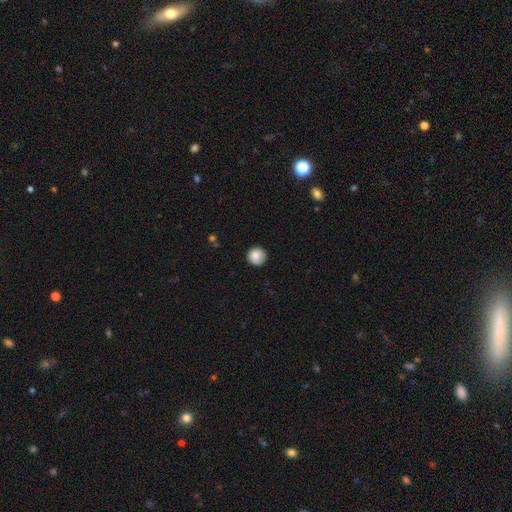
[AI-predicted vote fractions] Smooth or featured?
  - smooth: 83% *
  - featured or disk: 8%
  - star or artifact: 8%
How rounded?
  - round: 94% *
  - in between: 5%
  - cigar-shaped: 1%
Merging?
  - none: 84% *
  - minor disturbance: 13%
  - major disturbance: 2%
  - merger: 1%